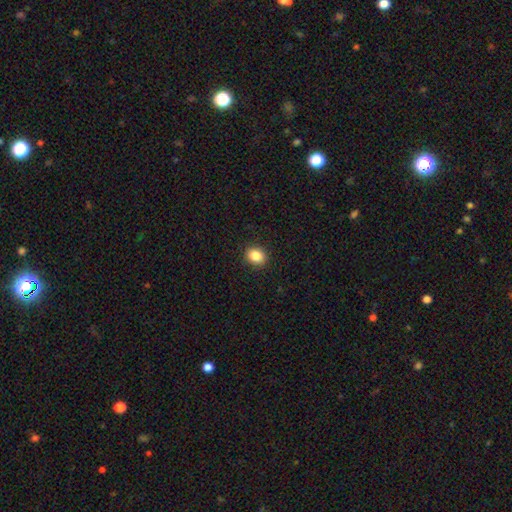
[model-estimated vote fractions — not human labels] A smooth galaxy with no disk features (85%) that is round (52%).

Vote fractions:
- Smooth or featured? smooth: 85% / star or artifact: 10% / featured or disk: 5%
- How rounded? round: 52% / in between: 47% / cigar-shaped: 1%
- Merging? none: 90% / minor disturbance: 7% / major disturbance: 2% / merger: 1%